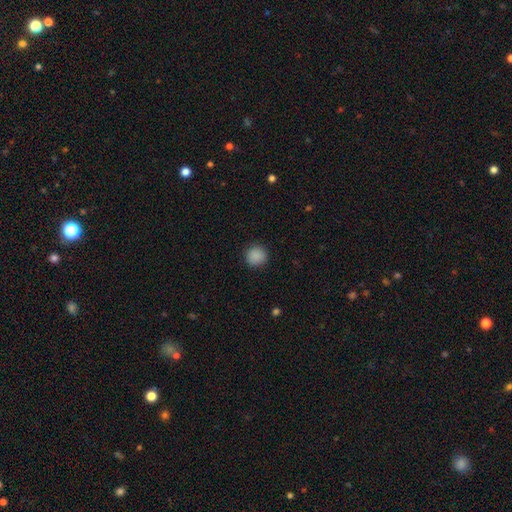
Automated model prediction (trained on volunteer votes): A smooth galaxy with no disk features (88%) that is round (94%). Merging: none (91%).